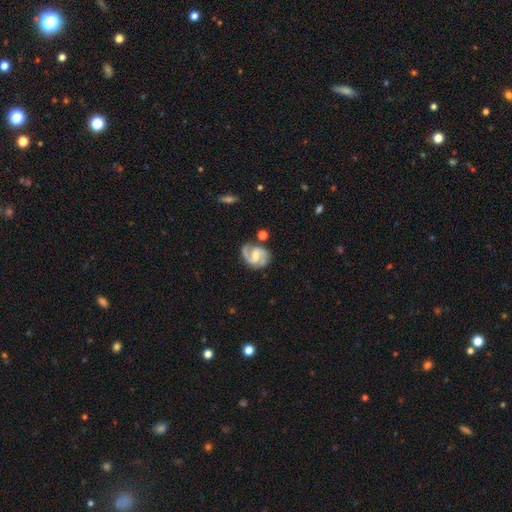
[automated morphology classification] The model was most divided on "bulge size": small: 43%, moderate: 42%, none: 10%, large: 4%, dominant: 1%. More confident: edge-on disk — no (98%); spiral arms — yes (97%); smooth or featured — featured or disk (86%); spiral arm count — 2 (85%); merging — none (69%); spiral winding — medium (55%); bar — weak (52%).